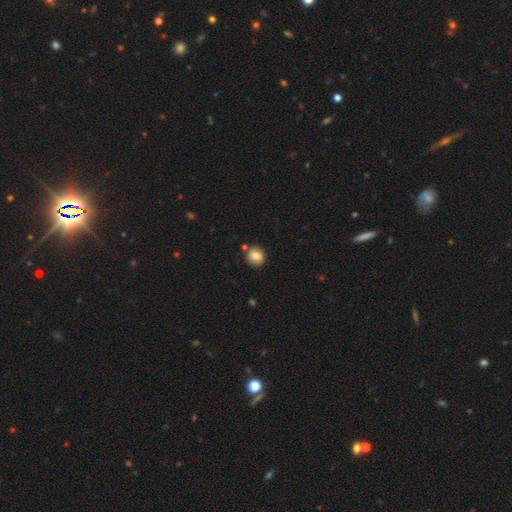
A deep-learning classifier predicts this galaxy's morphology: Smooth or featured?
  - smooth: 80% *
  - featured or disk: 11%
  - star or artifact: 9%
How rounded?
  - round: 88% *
  - in between: 11%
  - cigar-shaped: 1%
Merging?
  - none: 82% *
  - minor disturbance: 10%
  - merger: 6%
  - major disturbance: 2%